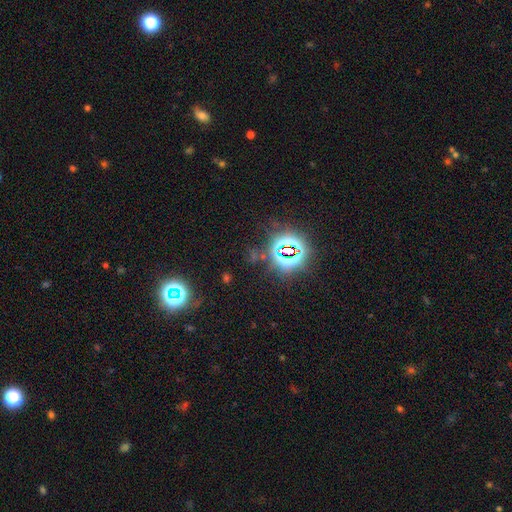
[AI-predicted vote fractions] A star or artifact, not a galaxy (77%).